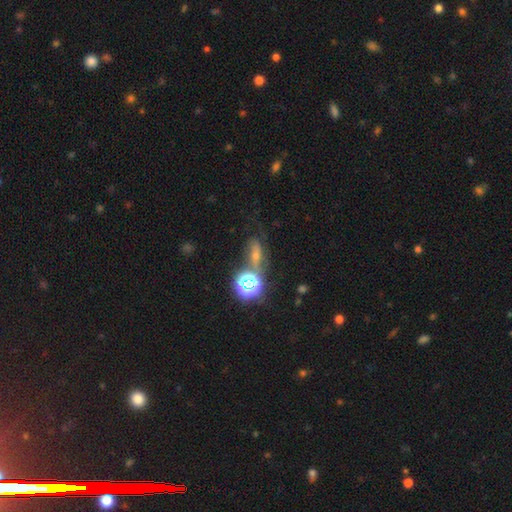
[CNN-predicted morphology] star or artifact 43%, smooth 32%, featured or disk 25%.